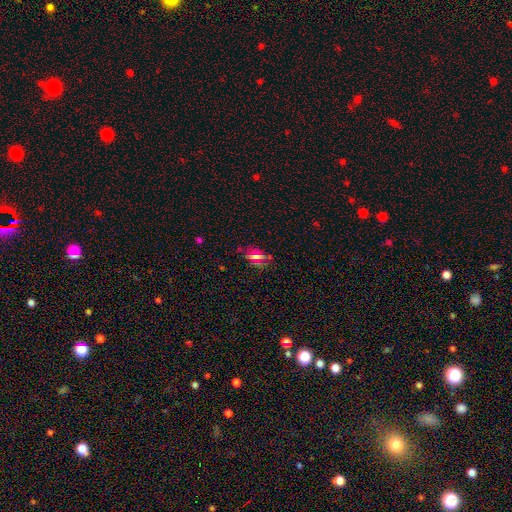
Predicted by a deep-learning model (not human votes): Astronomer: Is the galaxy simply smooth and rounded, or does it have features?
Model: smooth — 51% (runner-up: star or artifact, 26%).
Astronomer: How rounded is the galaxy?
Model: in between — 70%.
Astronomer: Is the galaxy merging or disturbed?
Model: none — 81%.